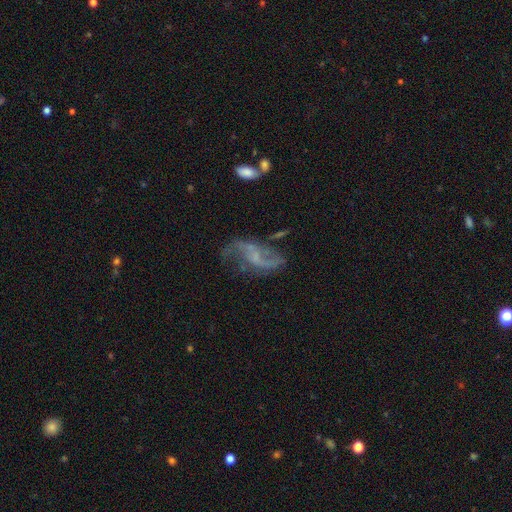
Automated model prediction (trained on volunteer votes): Smooth or featured? Predicted: featured or disk (p=0.80). Edge-on disk? Predicted: no (p=0.96). Bar? Predicted: no (p=0.48). Spiral arms? Predicted: yes (p=0.86). Spiral winding? Predicted: loose (p=0.80). Spiral arm count? Predicted: 2 (p=0.84). Bulge size? Predicted: none (p=0.50). Merging? Predicted: none (p=0.52).